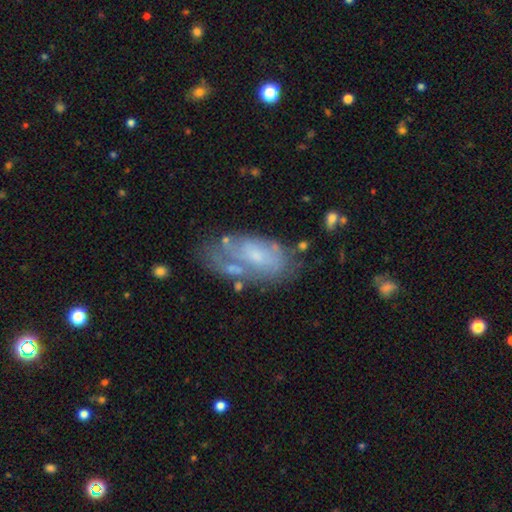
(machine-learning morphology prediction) A featured or disk galaxy (54%).

Vote fractions:
- Smooth or featured? featured or disk: 54% / smooth: 38% / star or artifact: 8%
- Edge-on disk? no: 91% / yes: 9%
- Merging? none: 50% / minor disturbance: 26% / major disturbance: 15% / merger: 8%